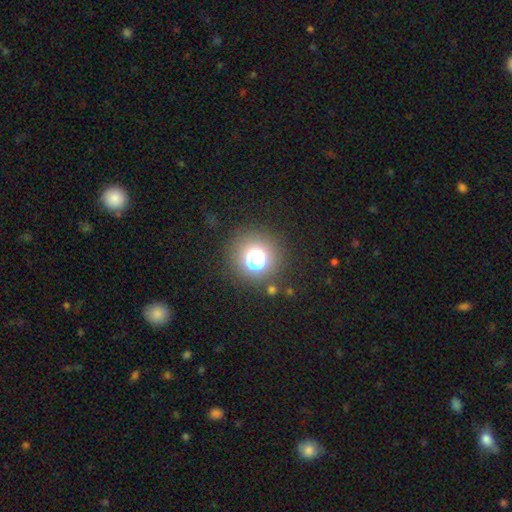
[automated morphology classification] type=smooth (58%); roundness=round (91%); merging=none (77%).